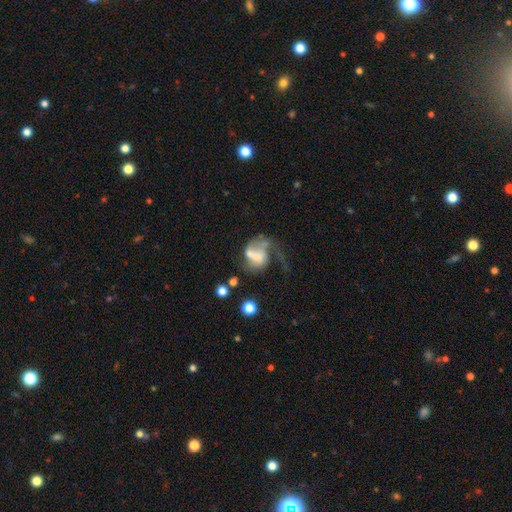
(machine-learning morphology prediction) featured or disk 58%, smooth 32%, star or artifact 9%. Down the decision tree: edge-on disk — no (98%); bar — no (61%); spiral arms — yes (66%); bulge size — none (34%); merging — major disturbance (46%).